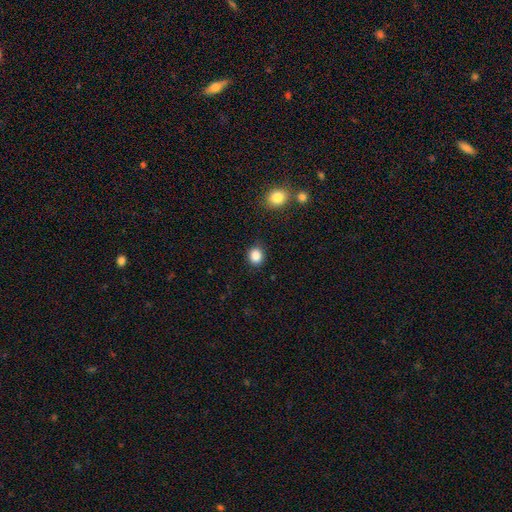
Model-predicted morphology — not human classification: Smooth or featured?
  - smooth: 87% *
  - star or artifact: 10%
  - featured or disk: 3%
How rounded?
  - round: 71% *
  - in between: 28%
  - cigar-shaped: 1%
Merging?
  - none: 87% *
  - minor disturbance: 9%
  - major disturbance: 3%
  - merger: 2%